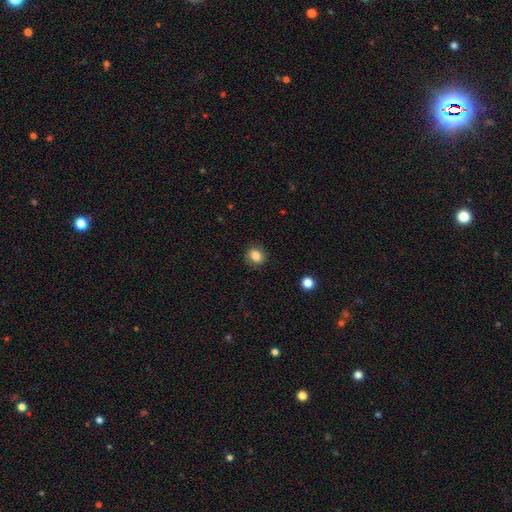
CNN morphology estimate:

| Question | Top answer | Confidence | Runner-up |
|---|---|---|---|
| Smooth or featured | smooth | 83% | star or artifact (11%) |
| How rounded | round | 75% | in between (24%) |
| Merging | none | 87% | minor disturbance (9%) |